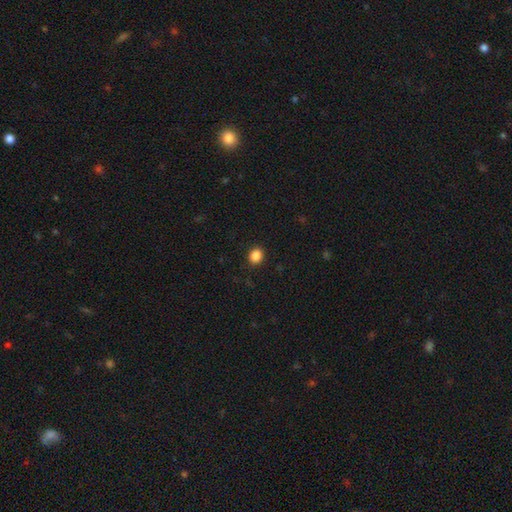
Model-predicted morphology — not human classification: This appears to be a smooth galaxy with no disk features (87%) that is round (70%). Merging: none (90%).